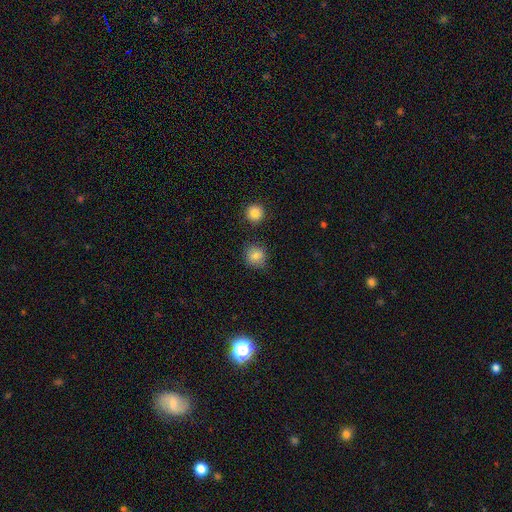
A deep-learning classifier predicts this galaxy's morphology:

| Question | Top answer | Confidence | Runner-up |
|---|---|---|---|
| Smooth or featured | smooth | 82% | star or artifact (11%) |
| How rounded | round | 87% | in between (12%) |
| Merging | none | 82% | minor disturbance (11%) |